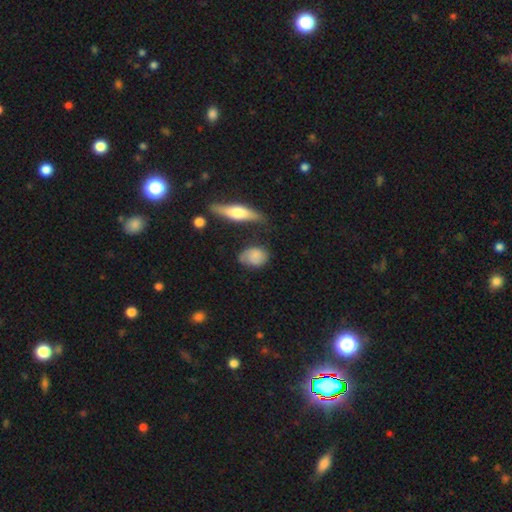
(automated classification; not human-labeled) Q: Smooth or featured?
A: smooth (68%); runner-up: featured or disk (24%)
Q: How rounded?
A: in between (60%); runner-up: round (37%)
Q: Merging?
A: none (58%); runner-up: minor disturbance (29%)